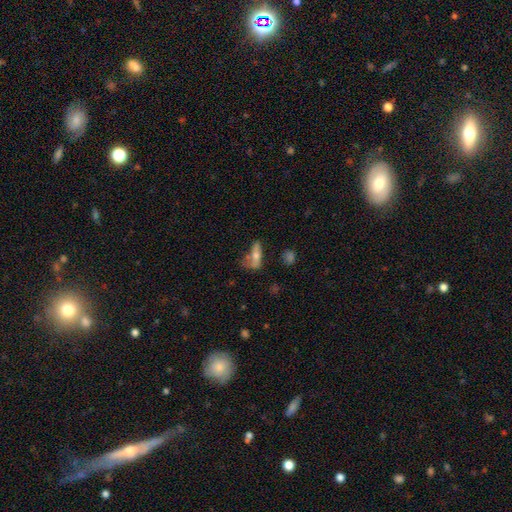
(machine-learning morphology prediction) smooth 54%, featured or disk 36%, star or artifact 10%. Down the decision tree: how rounded — in between (56%); merging — none (35%).